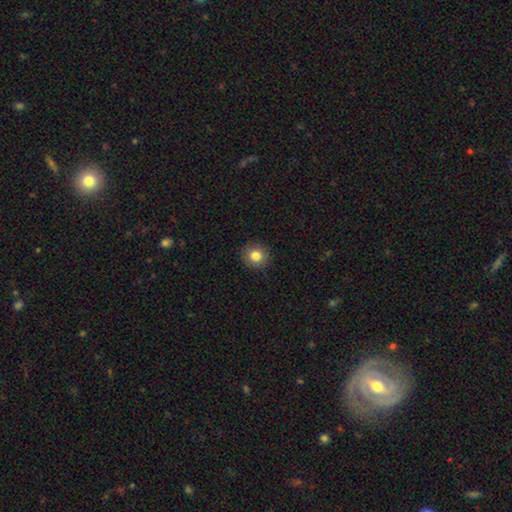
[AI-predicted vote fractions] A smooth galaxy with no disk features (83%) that is round (93%).

Vote fractions:
- Smooth or featured? smooth: 83% / star or artifact: 10% / featured or disk: 7%
- How rounded? round: 93% / in between: 6% / cigar-shaped: 1%
- Merging? none: 91% / minor disturbance: 6% / major disturbance: 2% / merger: 1%